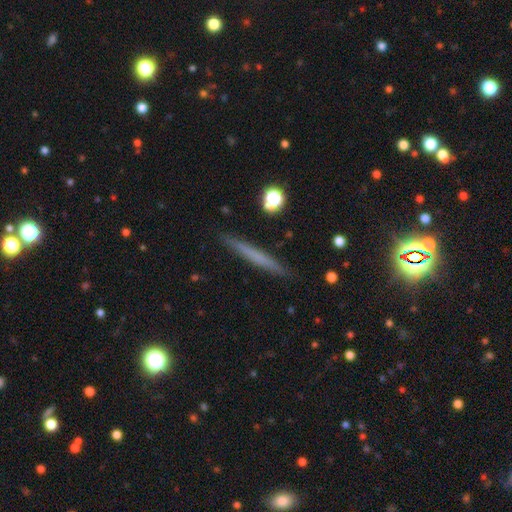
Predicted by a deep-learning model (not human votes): Smooth or featured? smooth (54%)
How rounded? cigar-shaped (96%)
Merging? none (91%)